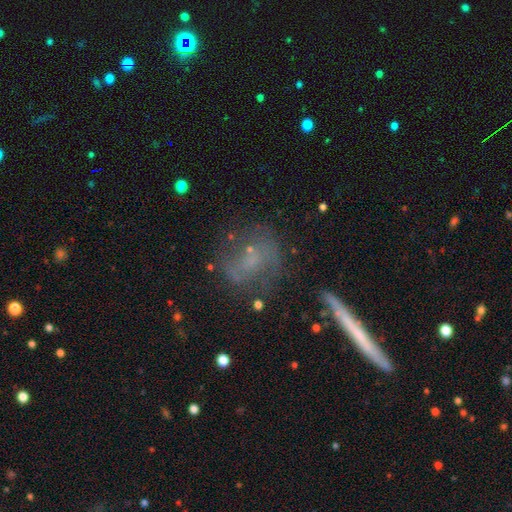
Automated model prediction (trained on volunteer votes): This is possibly a featured or disk galaxy (47%). Merging: likely none (65%).